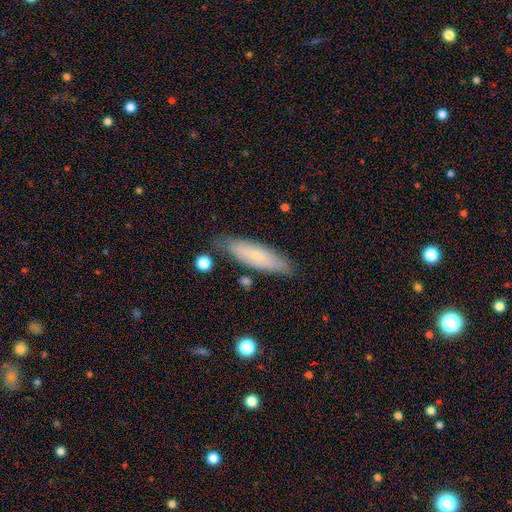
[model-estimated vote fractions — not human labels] smooth 67%, featured or disk 27%, star or artifact 7%. Down the decision tree: how rounded — cigar-shaped (61%); merging — none (80%).